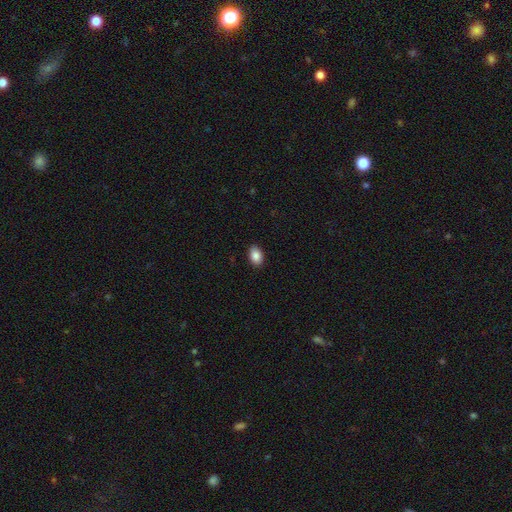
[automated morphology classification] Q: Smooth or featured?
A: smooth (88%); runner-up: star or artifact (8%)
Q: How rounded?
A: in between (86%); runner-up: round (12%)
Q: Merging?
A: none (90%); runner-up: minor disturbance (7%)